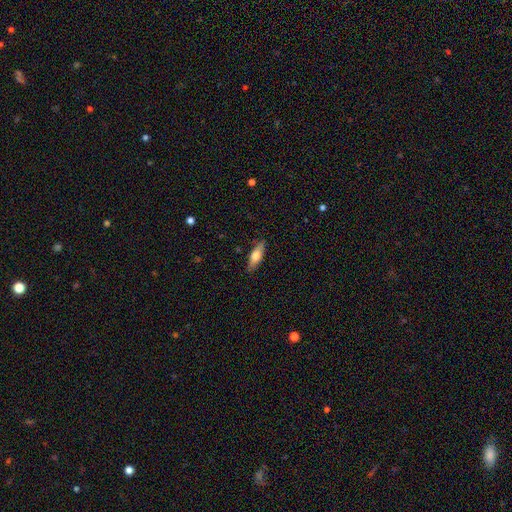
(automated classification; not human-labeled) Smooth or featured? Predicted: smooth (p=0.61). How rounded? Predicted: in between (p=0.54). Merging? Predicted: none (p=0.86).